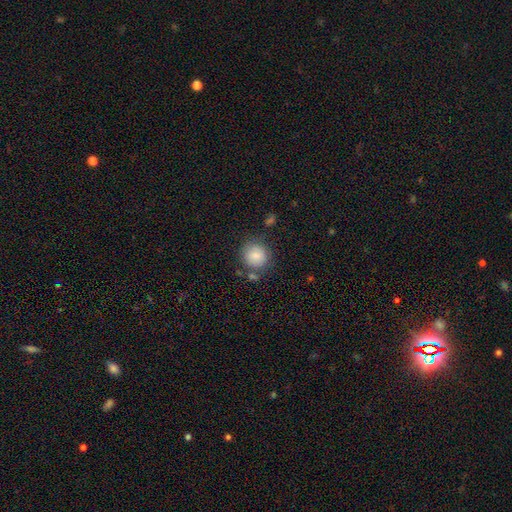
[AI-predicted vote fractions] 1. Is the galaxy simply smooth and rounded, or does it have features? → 84% smooth, 8% star or artifact, 7% featured or disk.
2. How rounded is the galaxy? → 88% round, 12% in between, 1% cigar-shaped.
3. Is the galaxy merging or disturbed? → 75% none, 14% minor disturbance, 7% merger, 5% major disturbance.